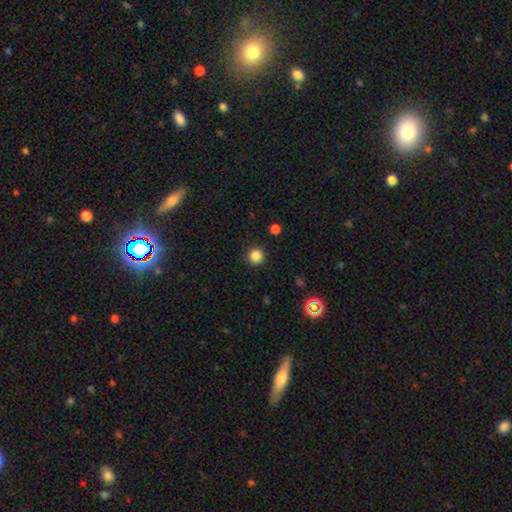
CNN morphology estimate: Overall: smooth (84%). How rounded: round (95%). Merging: none (92%).